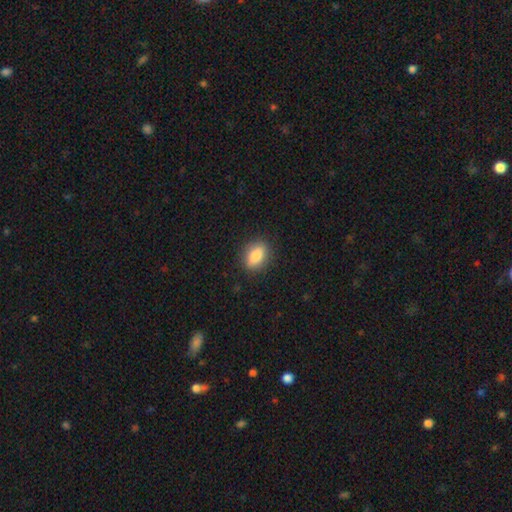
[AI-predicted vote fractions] Smooth or featured?
  - smooth: 84% *
  - featured or disk: 8%
  - star or artifact: 8%
How rounded?
  - in between: 77% *
  - round: 18%
  - cigar-shaped: 5%
Merging?
  - none: 87% *
  - minor disturbance: 10%
  - major disturbance: 3%
  - merger: 1%